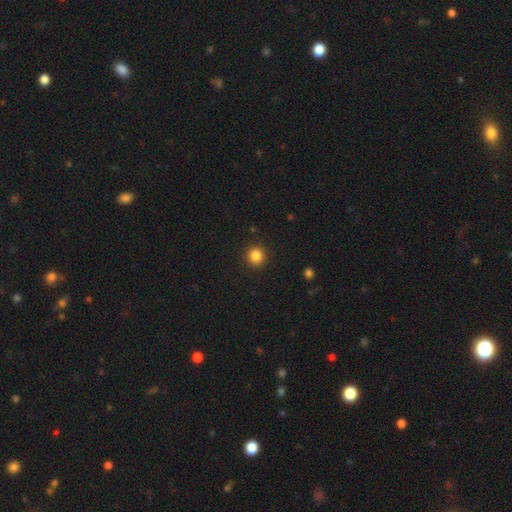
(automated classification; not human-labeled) Smooth or featured: smooth — 85% (star or artifact — 11%)
How rounded: round — 89% (in between — 10%)
Merging: none — 91% (minor disturbance — 6%)